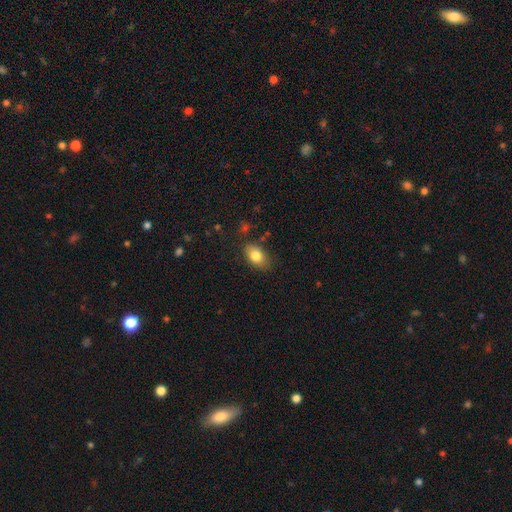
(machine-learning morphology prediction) smooth_or_featured: smooth (p=0.81) [alt: featured or disk p=0.11]
how_rounded: in between (p=0.87) [alt: round p=0.11]
merging: none (p=0.80) [alt: minor disturbance p=0.15]